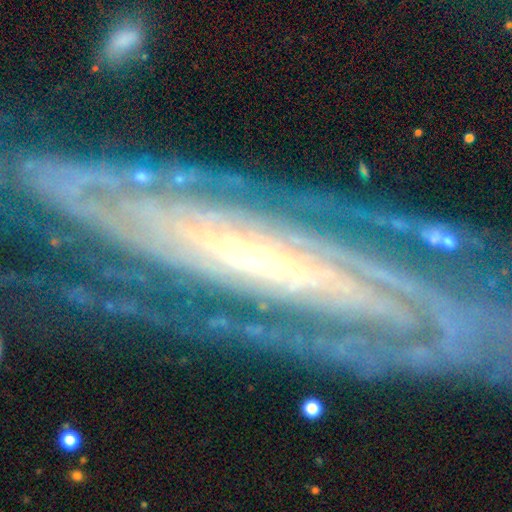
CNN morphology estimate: A featured or disk galaxy (89%) with no bar (45%), 2 (30%) tight (70%) spiral arms (96%) and a small central bulge (76%). Merging: none (70%).